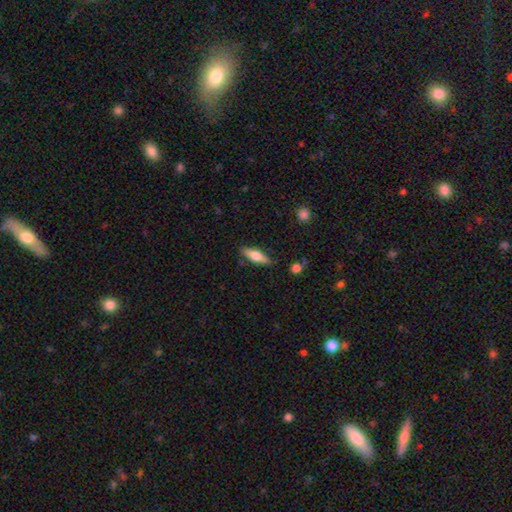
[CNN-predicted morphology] Smooth or featured? smooth (56%)
How rounded? cigar-shaped (54%)
Merging? none (84%)